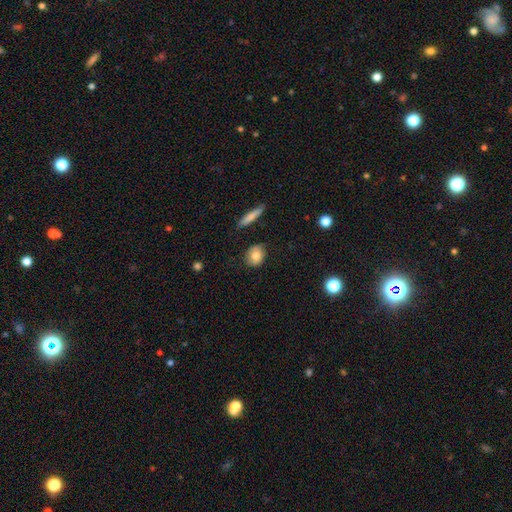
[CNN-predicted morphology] Smooth or featured? Predicted: smooth (p=0.78). How rounded? Predicted: round (p=0.58). Merging? Predicted: none (p=0.84).